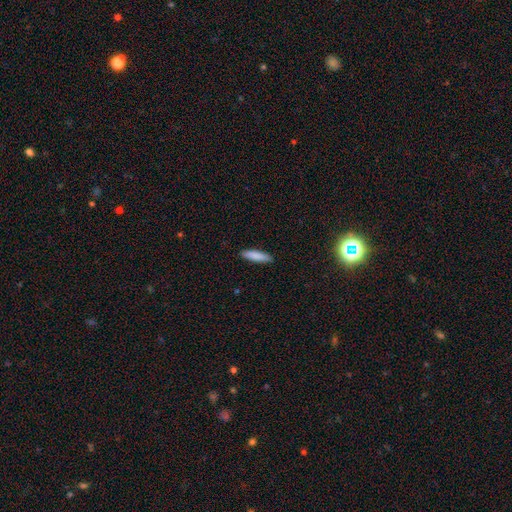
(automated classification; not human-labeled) smooth-or-featured: smooth: 87% | featured or disk: 8% | star or artifact: 6%
  how-rounded: cigar-shaped: 75% | in between: 24% | round: 1%
  merging: none: 90% | minor disturbance: 8% | major disturbance: 2% | merger: 1%